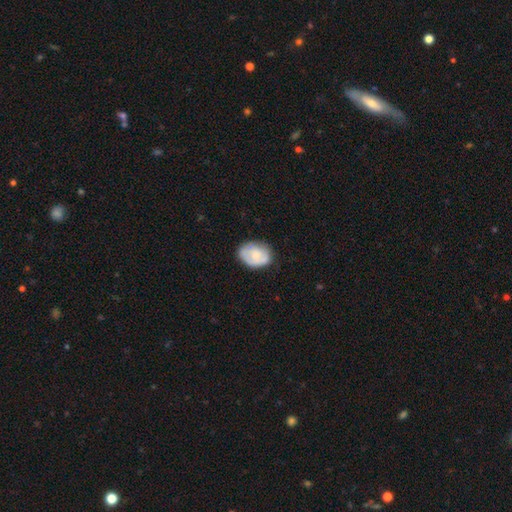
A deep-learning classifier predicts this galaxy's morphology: Smooth or featured? Predicted: smooth (p=0.67). How rounded? Predicted: in between (p=0.68). Merging? Predicted: none (p=0.66).